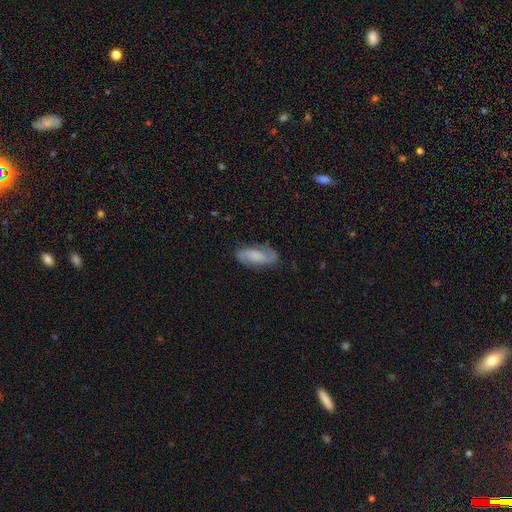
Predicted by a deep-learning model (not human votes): Smooth or featured? featured or disk (68%)
Edge-on disk? no (94%)
Bar? no (50%)
Spiral arms? yes (94%)
Spiral winding? medium (48%)
Spiral arm count? 2 (89%)
Bulge size? none (43%)
Merging? none (79%)